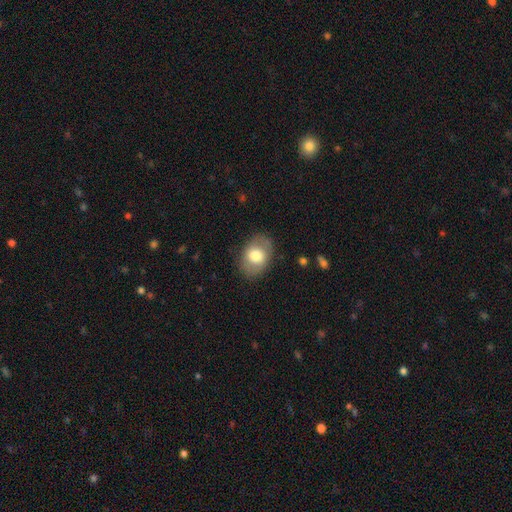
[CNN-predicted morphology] The model was most divided on "smooth or featured": smooth: 71%, featured or disk: 23%, star or artifact: 7%. More confident: merging — none (82%); how rounded — in between (76%).